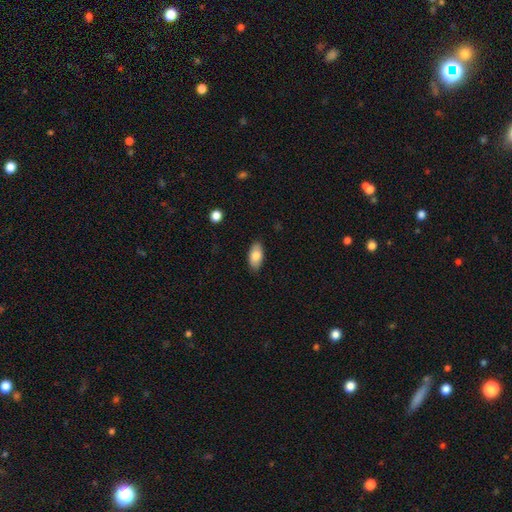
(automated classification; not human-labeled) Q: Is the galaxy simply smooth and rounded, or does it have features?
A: smooth — 81%.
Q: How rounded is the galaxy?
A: in between — 92%.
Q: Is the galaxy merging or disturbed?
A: none — 88%.